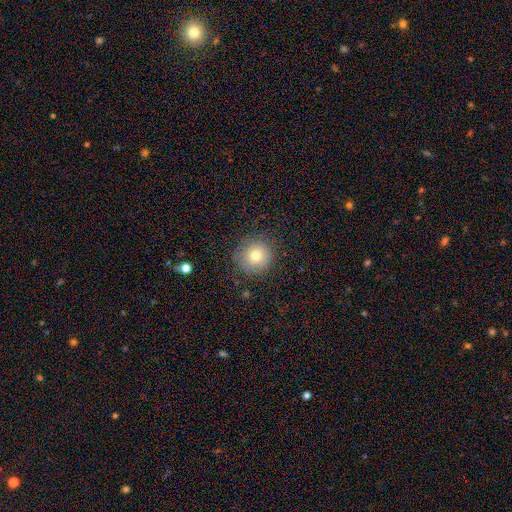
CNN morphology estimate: The model was most divided on "smooth or featured": smooth: 74%, featured or disk: 13%, star or artifact: 12%. More confident: how rounded — round (93%); merging — none (83%).